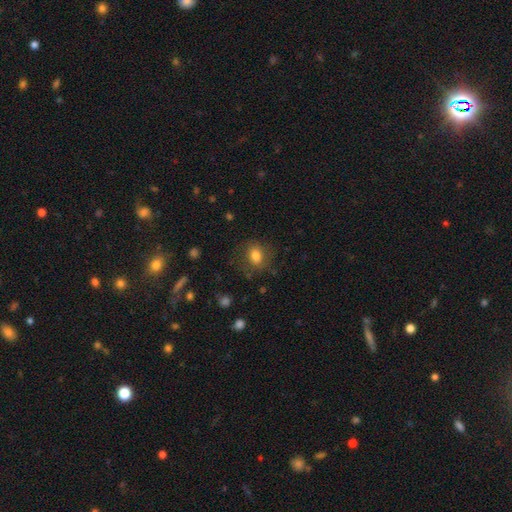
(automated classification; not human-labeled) smooth_or_featured: smooth (p=0.79) [alt: featured or disk p=0.11]
how_rounded: in between (p=0.51) [alt: round p=0.48]
merging: none (p=0.75) [alt: minor disturbance p=0.16]